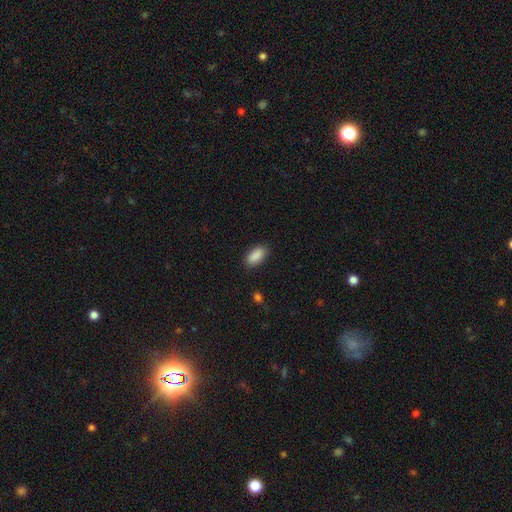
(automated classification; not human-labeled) Morphology: type=smooth (90%); roundness=in between (91%); merging=none (88%).